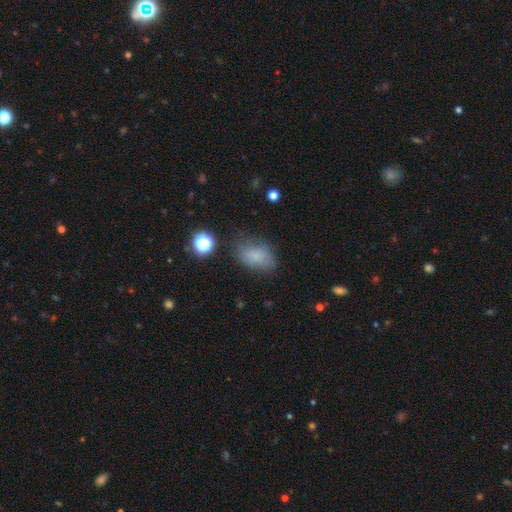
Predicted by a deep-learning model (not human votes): Q: Smooth or featured?
A: smooth (75%); runner-up: featured or disk (13%)
Q: How rounded?
A: in between (85%); runner-up: round (13%)
Q: Merging?
A: none (61%); runner-up: minor disturbance (26%)